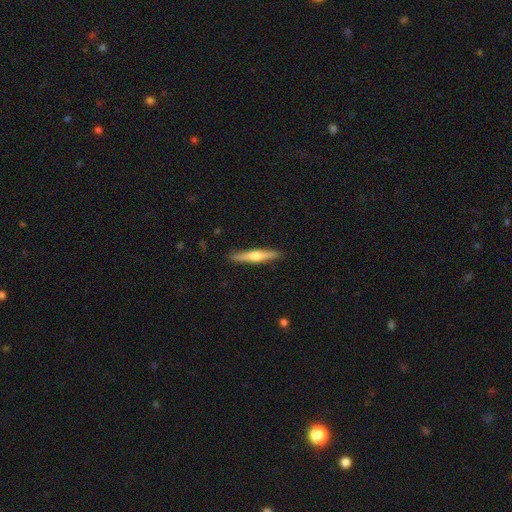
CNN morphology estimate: This appears to be a featured or disk galaxy (54%) viewed edge-on (97%) with a rounded central bulge (87%). Merging: none (91%).